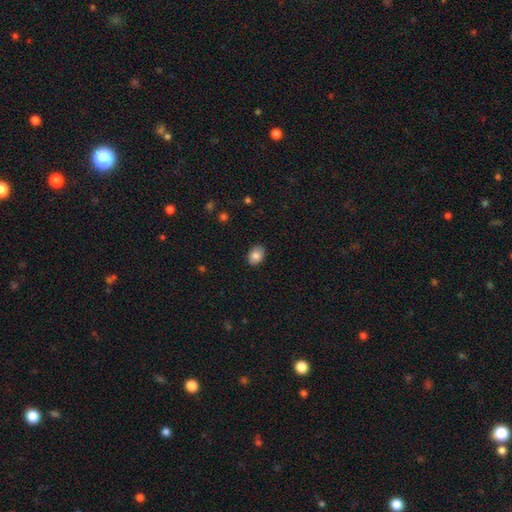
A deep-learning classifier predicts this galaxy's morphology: Smooth or featured?
  - smooth: 83% *
  - featured or disk: 9%
  - star or artifact: 8%
How rounded?
  - in between: 75% *
  - round: 24%
  - cigar-shaped: 1%
Merging?
  - none: 88% *
  - minor disturbance: 9%
  - major disturbance: 2%
  - merger: 1%